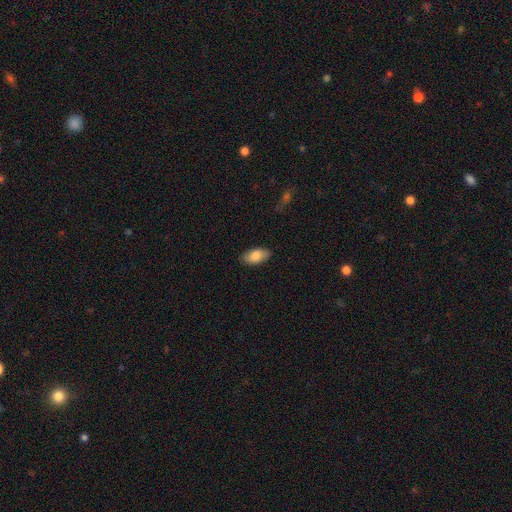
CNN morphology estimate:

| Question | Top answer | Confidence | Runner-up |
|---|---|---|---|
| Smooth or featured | smooth | 83% | featured or disk (11%) |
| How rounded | in between | 94% | cigar-shaped (3%) |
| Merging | none | 87% | minor disturbance (10%) |